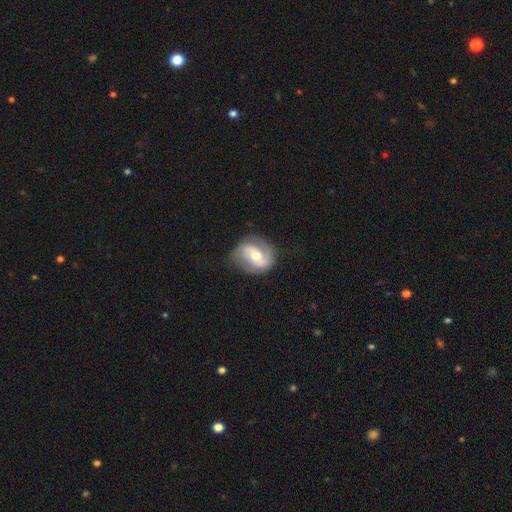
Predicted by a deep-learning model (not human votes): Overall: featured or disk (72%). Edge-on disk: no (97%). Bar: no (41%; weak 40%). Spiral arms: yes (89%). Spiral arm count: 2 (83%). Spiral winding: medium (45%; loose 29%). Bulge size: moderate (67%). Merging: none (72%).